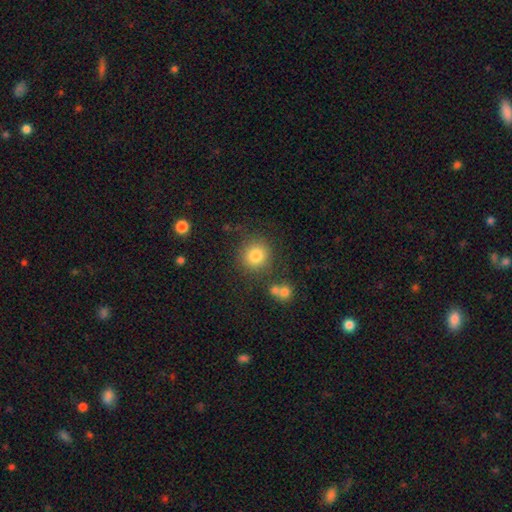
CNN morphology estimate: Overall: smooth (82%). How rounded: round (92%). Merging: none (80%).